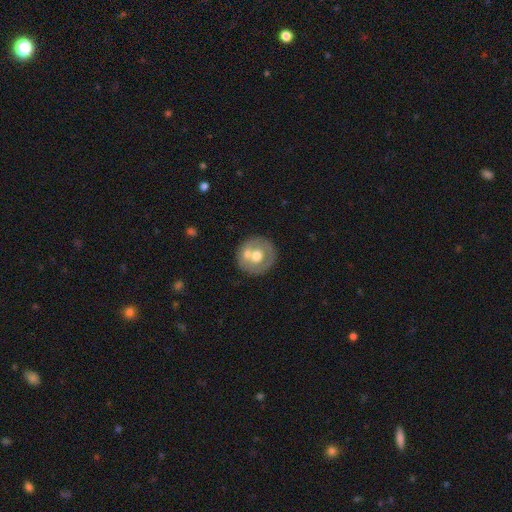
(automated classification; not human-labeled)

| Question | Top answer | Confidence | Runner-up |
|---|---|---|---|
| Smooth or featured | smooth | 51% | featured or disk (42%) |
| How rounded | round | 89% | in between (10%) |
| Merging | none | 62% | merger (22%) |